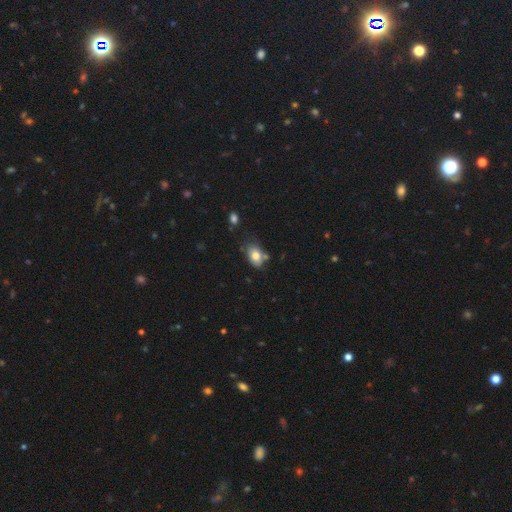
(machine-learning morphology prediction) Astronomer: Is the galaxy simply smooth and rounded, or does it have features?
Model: smooth — 79%.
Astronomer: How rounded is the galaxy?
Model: in between — 85%.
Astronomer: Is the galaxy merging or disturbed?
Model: none — 63%.